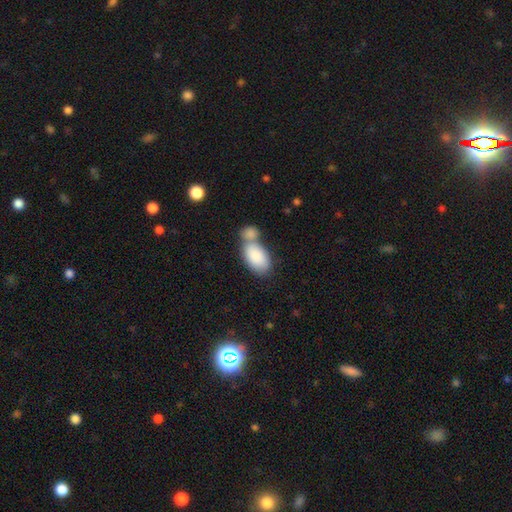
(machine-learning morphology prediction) Q: Smooth or featured?
A: smooth (86%); runner-up: featured or disk (8%)
Q: How rounded?
A: in between (94%); runner-up: round (4%)
Q: Merging?
A: merger (52%); runner-up: none (31%)